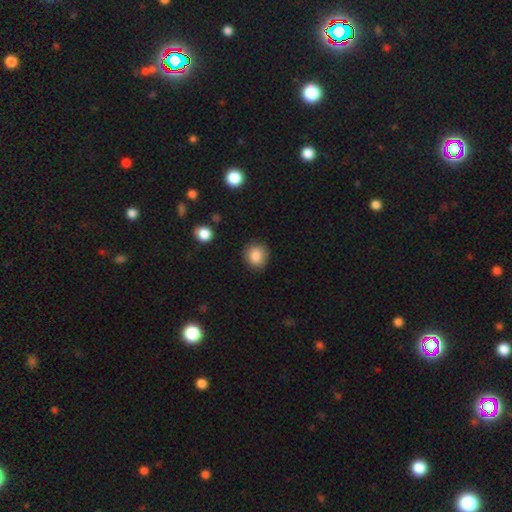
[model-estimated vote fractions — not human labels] smooth_or_featured: smooth (p=0.86) [alt: star or artifact p=0.09]
how_rounded: round (p=0.81) [alt: in between p=0.19]
merging: none (p=0.86) [alt: minor disturbance p=0.10]